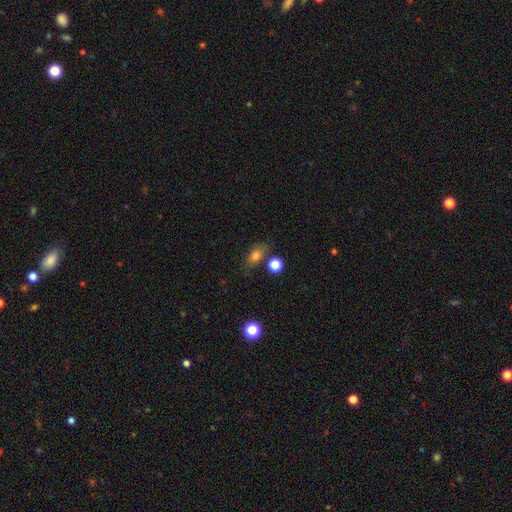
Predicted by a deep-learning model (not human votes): A smooth galaxy with no disk features (78%) that is in between round and cigar-shaped (70%). Merging: none (66%).